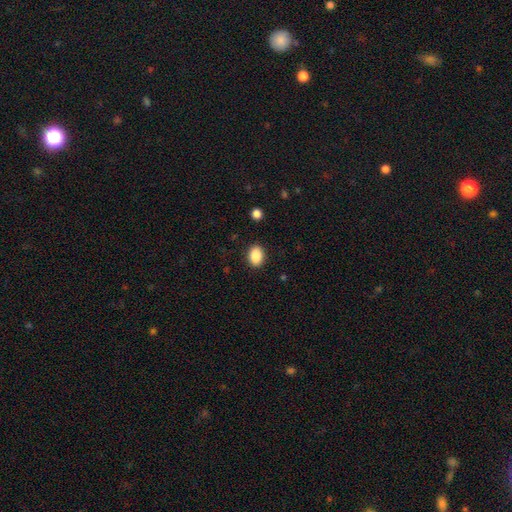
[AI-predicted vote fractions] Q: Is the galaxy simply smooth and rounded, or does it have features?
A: smooth — 88%.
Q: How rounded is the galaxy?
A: in between — 77%.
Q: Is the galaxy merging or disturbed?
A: none — 89%.